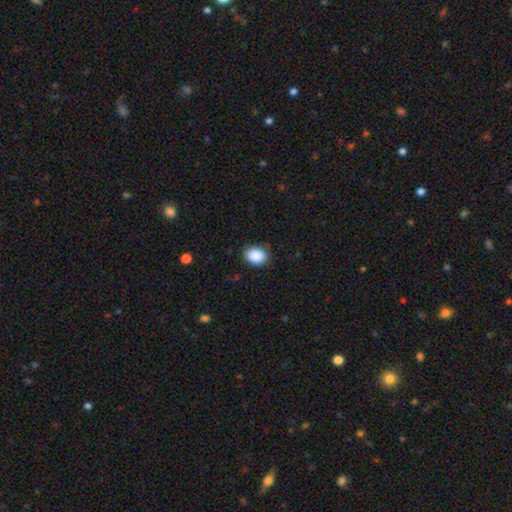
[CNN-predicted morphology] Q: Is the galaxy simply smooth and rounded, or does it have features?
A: smooth — 89%.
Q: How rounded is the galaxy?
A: in between — 62%.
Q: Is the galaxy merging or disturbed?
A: none — 82%.